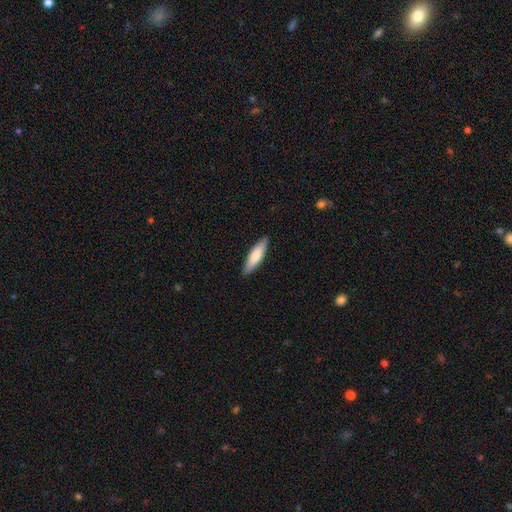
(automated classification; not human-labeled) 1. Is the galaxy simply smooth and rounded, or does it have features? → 71% smooth, 24% featured or disk, 5% star or artifact.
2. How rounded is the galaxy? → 68% cigar-shaped, 31% in between, 1% round.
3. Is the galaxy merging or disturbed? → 90% none, 8% minor disturbance, 1% major disturbance, 1% merger.